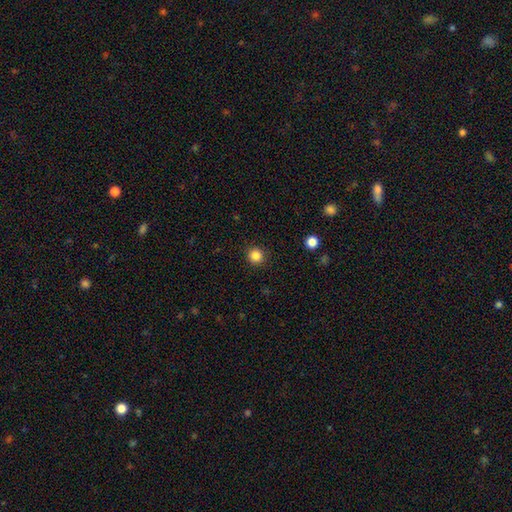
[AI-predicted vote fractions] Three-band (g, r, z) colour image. It shows a smooth galaxy with no disk features (85%) that is round (94%). Merging: none (91%).